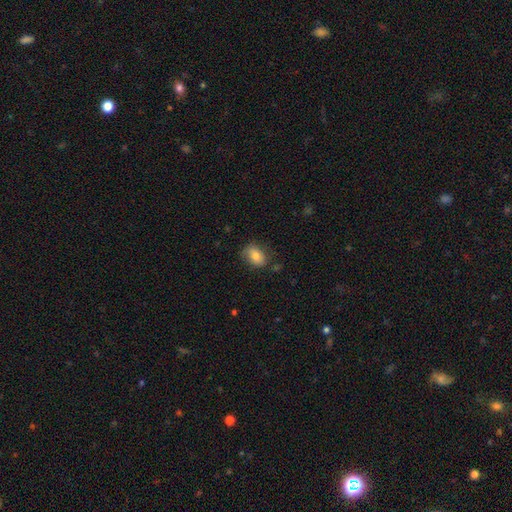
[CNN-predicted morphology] This is likely a smooth galaxy (78%). How rounded: likely in between (75%). Merging: likely none (69%).